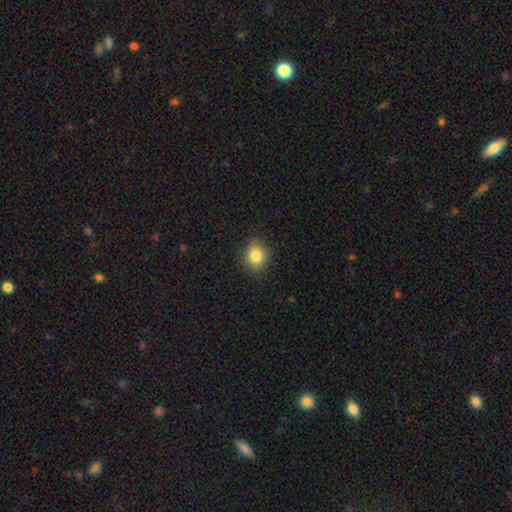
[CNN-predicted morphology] smooth_or_featured: smooth (p=0.85) [alt: star or artifact p=0.09]
how_rounded: round (p=0.58) [alt: in between p=0.41]
merging: none (p=0.88) [alt: minor disturbance p=0.08]